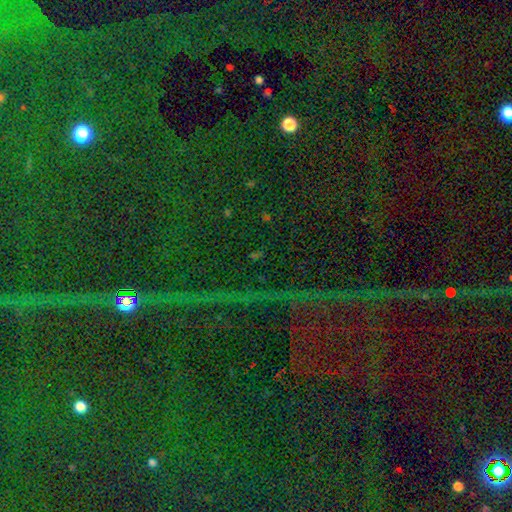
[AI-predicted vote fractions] Smooth or featured: star or artifact — 78% (smooth — 14%)